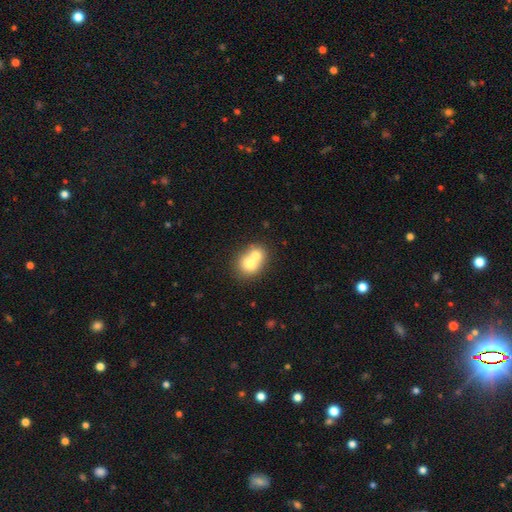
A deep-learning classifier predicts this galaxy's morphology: smooth 68%, featured or disk 23%, star or artifact 9%. Down the decision tree: how rounded — round (66%); merging — merger (70%).